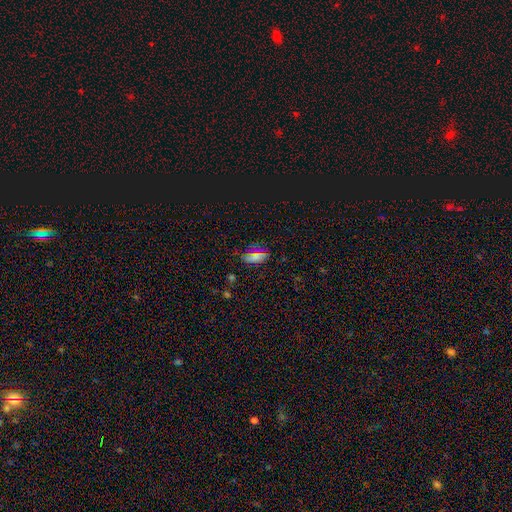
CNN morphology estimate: type=smooth (59%); roundness=in between (76%); merging=none (74%).